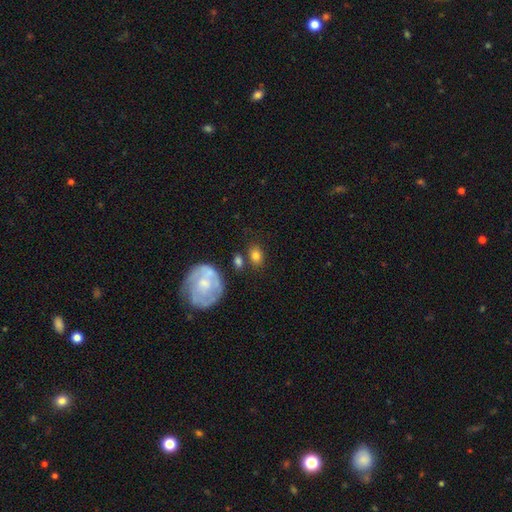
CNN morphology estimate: Q: Smooth or featured?
A: smooth (78%); runner-up: featured or disk (14%)
Q: How rounded?
A: in between (64%); runner-up: round (34%)
Q: Merging?
A: none (67%); runner-up: minor disturbance (16%)